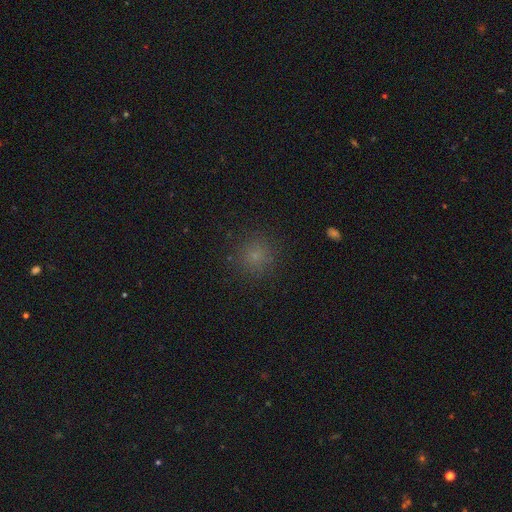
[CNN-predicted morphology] type=smooth (73%); roundness=round (93%); merging=none (88%).